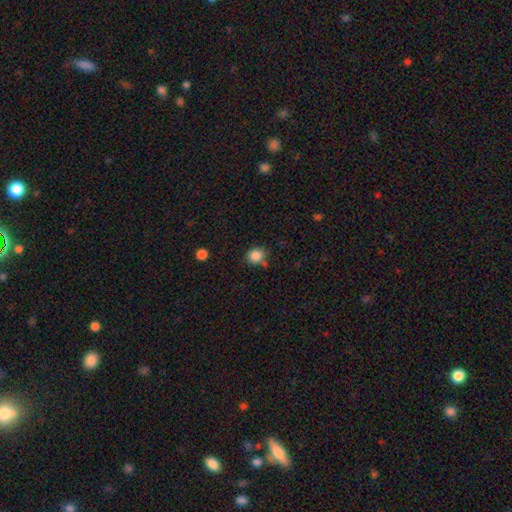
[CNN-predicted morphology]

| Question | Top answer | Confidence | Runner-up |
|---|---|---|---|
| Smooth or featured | smooth | 85% | star or artifact (10%) |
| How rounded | round | 82% | in between (17%) |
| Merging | none | 73% | minor disturbance (14%) |